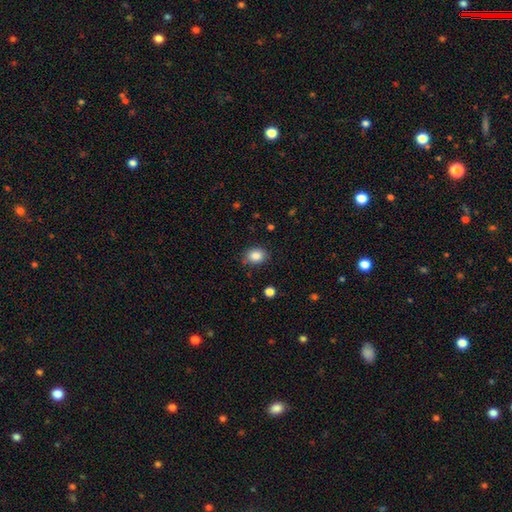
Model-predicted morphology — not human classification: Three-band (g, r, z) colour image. It shows a smooth galaxy with no disk features (86%) that is round (50%). Merging: none (80%).